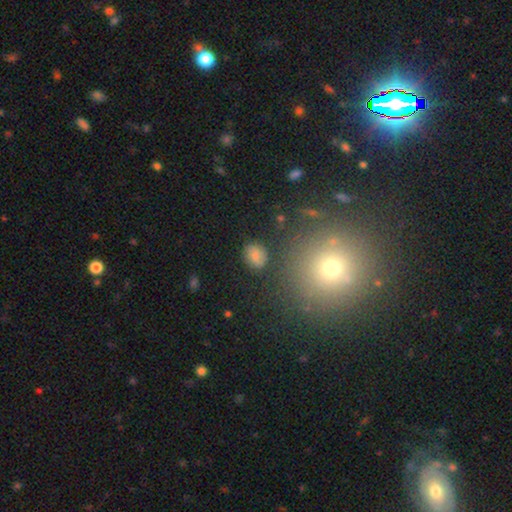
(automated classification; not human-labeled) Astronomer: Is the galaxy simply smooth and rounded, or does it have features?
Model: smooth — 70%.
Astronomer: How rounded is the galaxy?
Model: in between — 50% (runner-up: round, 48%).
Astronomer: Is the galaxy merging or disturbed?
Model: none — 79%.